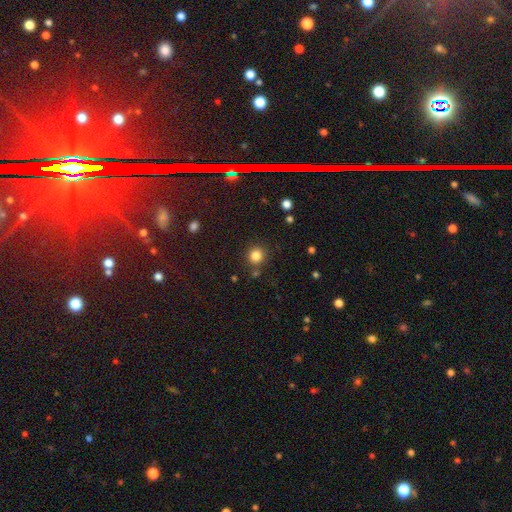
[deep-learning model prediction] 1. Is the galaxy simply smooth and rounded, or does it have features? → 83% smooth, 12% star or artifact, 5% featured or disk.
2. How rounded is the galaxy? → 91% round, 9% in between, 1% cigar-shaped.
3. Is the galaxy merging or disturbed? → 84% none, 8% minor disturbance, 5% merger, 3% major disturbance.